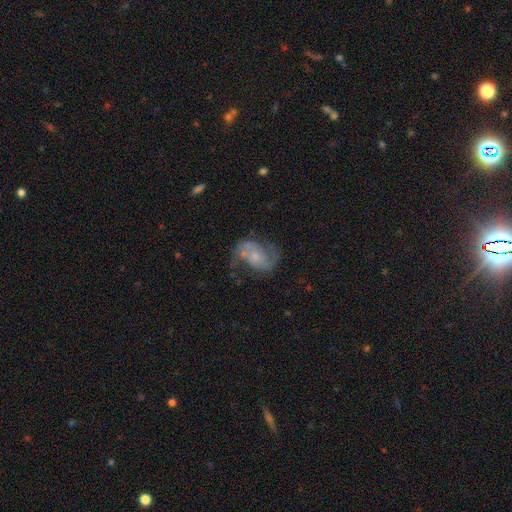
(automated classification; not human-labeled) The model was most divided on "spiral winding": medium: 45%, loose: 42%, tight: 13%. More confident: edge-on disk — no (98%); spiral arms — yes (92%); spiral arm count — 2 (89%); smooth or featured — featured or disk (80%); bar — no (62%); merging — none (59%); bulge size — small (59%).